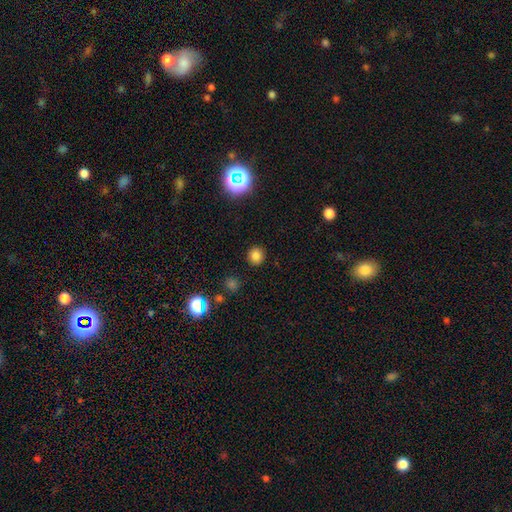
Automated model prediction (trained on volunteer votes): Morphology: type=smooth (80%); roundness=round (91%); merging=none (90%).